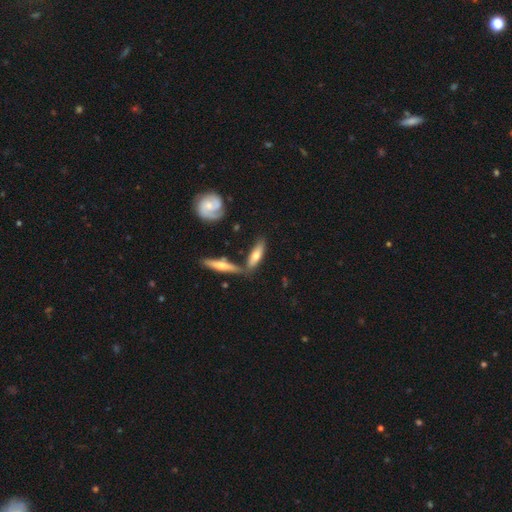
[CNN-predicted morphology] smooth_or_featured: smooth (p=0.58) [alt: featured or disk p=0.36]
how_rounded: cigar-shaped (p=0.50) [alt: in between p=0.48]
merging: none (p=0.61) [alt: merger p=0.19]